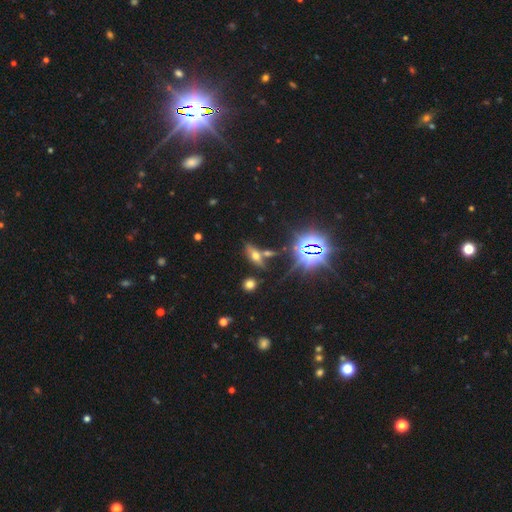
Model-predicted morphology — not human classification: smooth 37%, featured or disk 31%, star or artifact 31%. Down the decision tree: merging — none (63%).